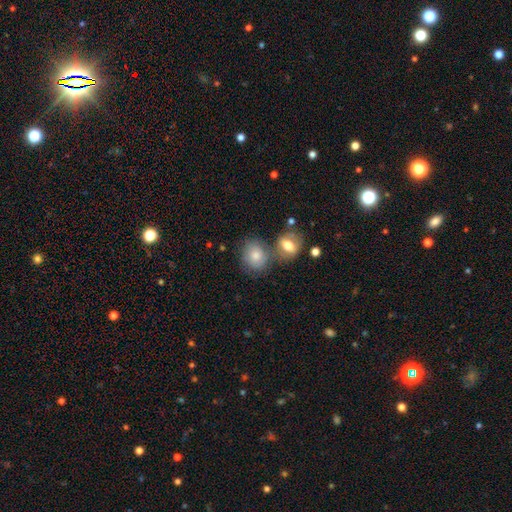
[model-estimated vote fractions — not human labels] smooth-or-featured: smooth: 75% | featured or disk: 18% | star or artifact: 8%
  how-rounded: round: 63% | in between: 36% | cigar-shaped: 1%
  merging: none: 45% | merger: 36% | minor disturbance: 14% | major disturbance: 6%